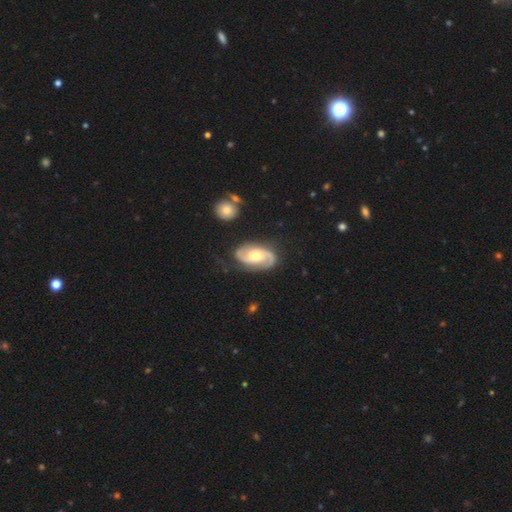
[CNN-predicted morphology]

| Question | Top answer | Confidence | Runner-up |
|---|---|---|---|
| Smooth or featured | featured or disk | 87% | smooth (9%) |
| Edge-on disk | no | 97% | yes (3%) |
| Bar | no | 54% | weak (36%) |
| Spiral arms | yes | 97% | no (3%) |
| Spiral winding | medium | 51% | tight (28%) |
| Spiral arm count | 2 | 91% | can't tell (3%) |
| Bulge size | moderate | 69% | small (21%) |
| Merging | none | 78% | minor disturbance (15%) |